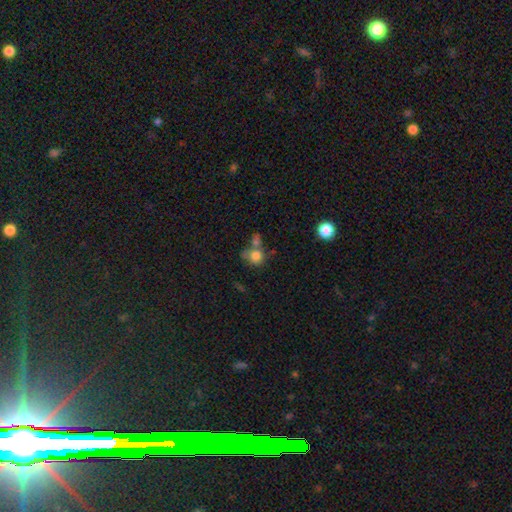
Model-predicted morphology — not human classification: type=smooth (78%); roundness=round (78%); merging=none (43%).